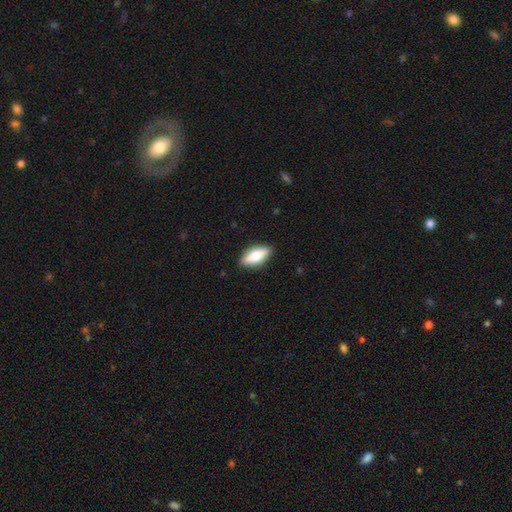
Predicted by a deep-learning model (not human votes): This appears to be a smooth galaxy with no disk features (72%) that is in between round and cigar-shaped (75%). Merging: none (88%).